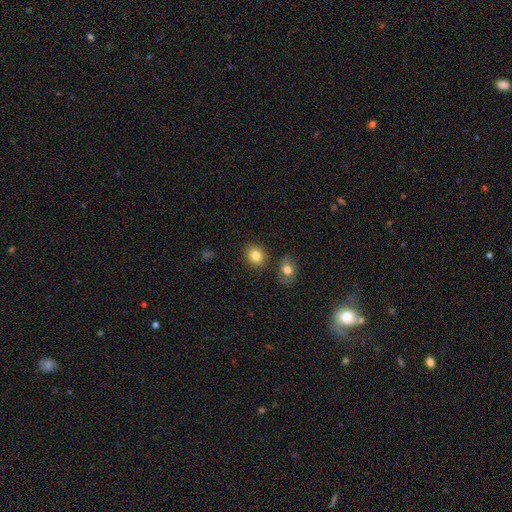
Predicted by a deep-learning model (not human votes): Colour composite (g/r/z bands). It shows a smooth galaxy with no disk features (83%) that is round (68%). Merging: none (81%).